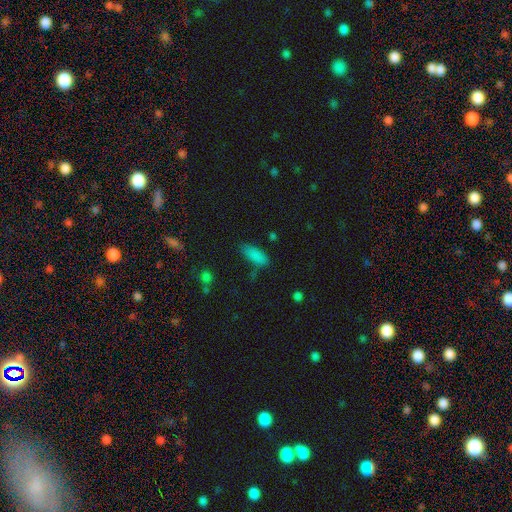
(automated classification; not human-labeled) The model was most divided on "how rounded": in between: 76%, cigar-shaped: 22%, round: 2%. More confident: smooth or featured — smooth (85%); merging — none (73%).